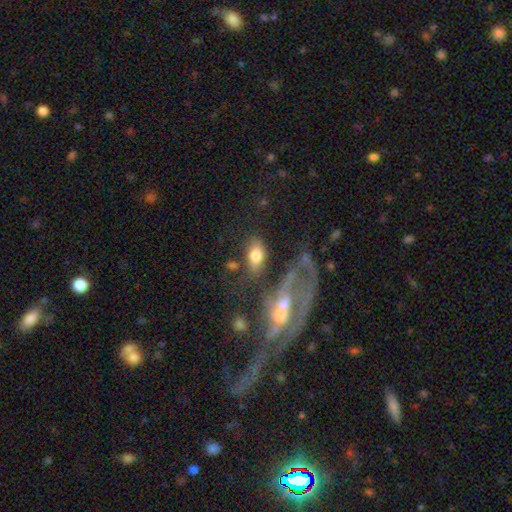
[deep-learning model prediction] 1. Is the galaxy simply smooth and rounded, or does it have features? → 72% smooth, 19% featured or disk, 8% star or artifact.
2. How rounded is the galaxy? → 90% in between, 6% round, 4% cigar-shaped.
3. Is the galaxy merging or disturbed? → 59% none, 16% minor disturbance, 16% merger, 10% major disturbance.